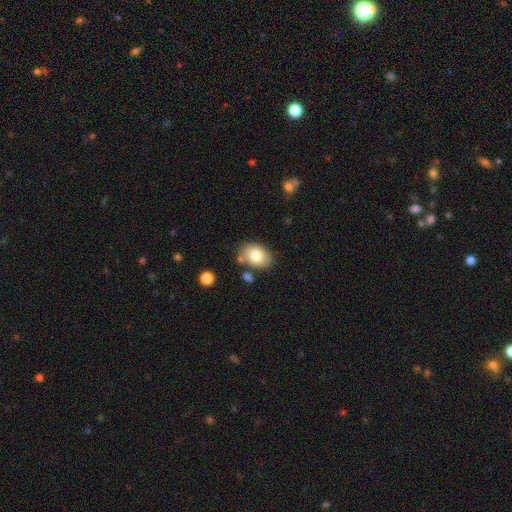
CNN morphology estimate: smooth_or_featured: smooth (p=0.79) [alt: featured or disk p=0.13]
how_rounded: in between (p=0.80) [alt: round p=0.19]
merging: none (p=0.73) [alt: minor disturbance p=0.16]